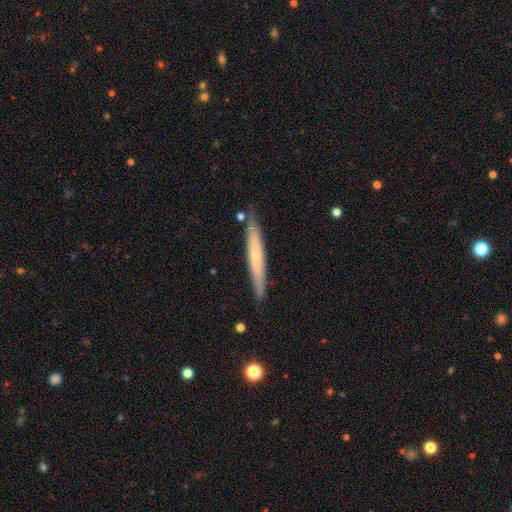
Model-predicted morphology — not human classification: A featured or disk galaxy (49%).

Vote fractions:
- Smooth or featured? featured or disk: 49% / smooth: 45% / star or artifact: 6%
- Merging? none: 85% / minor disturbance: 10% / merger: 2% / major disturbance: 2%